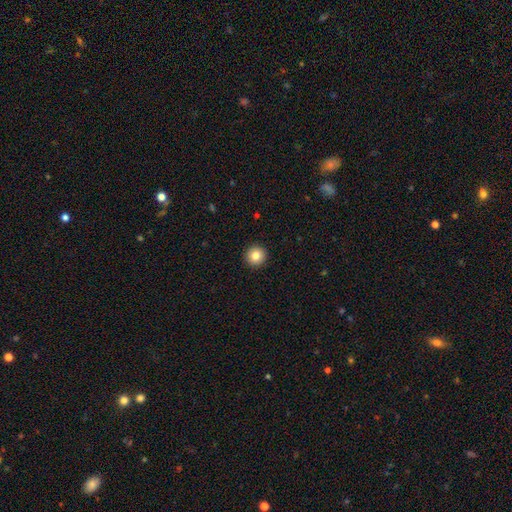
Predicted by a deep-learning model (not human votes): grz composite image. It shows a smooth galaxy with no disk features (83%) that is round (96%). Merging: none (94%).